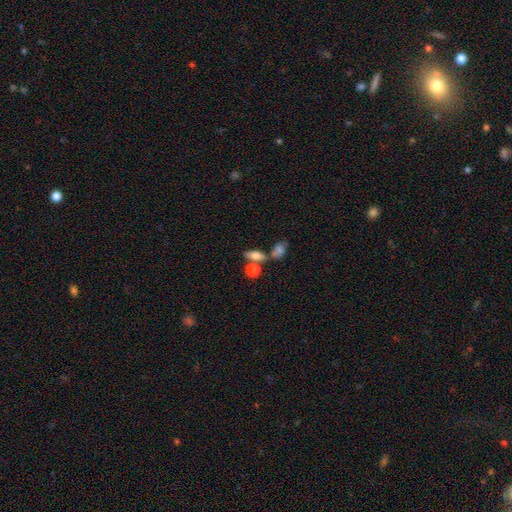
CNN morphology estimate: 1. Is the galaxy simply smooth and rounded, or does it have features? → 73% smooth, 16% featured or disk, 10% star or artifact.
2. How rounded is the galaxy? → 67% in between, 17% round, 16% cigar-shaped.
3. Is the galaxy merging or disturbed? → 58% none, 24% merger, 12% minor disturbance, 5% major disturbance.